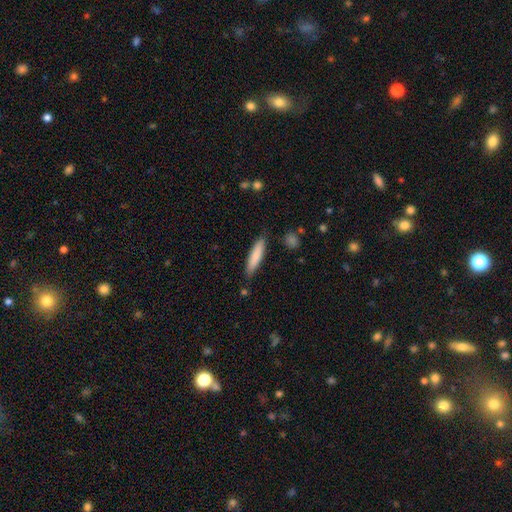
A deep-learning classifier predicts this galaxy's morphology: Q: Smooth or featured?
A: smooth (82%); runner-up: featured or disk (12%)
Q: How rounded?
A: cigar-shaped (80%); runner-up: in between (19%)
Q: Merging?
A: none (84%); runner-up: minor disturbance (12%)